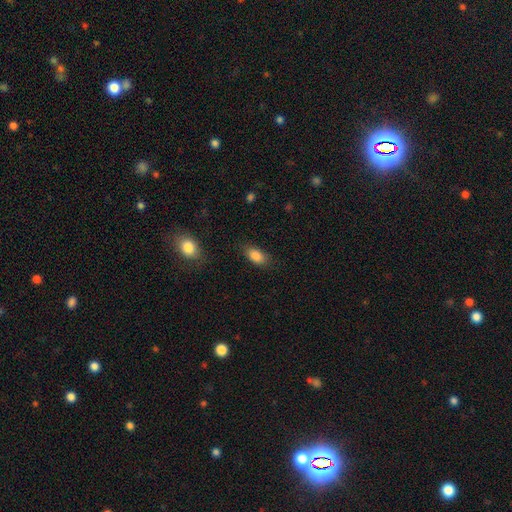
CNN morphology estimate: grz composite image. It shows a smooth galaxy with no disk features (86%) that is in between round and cigar-shaped (89%). Merging: none (79%).